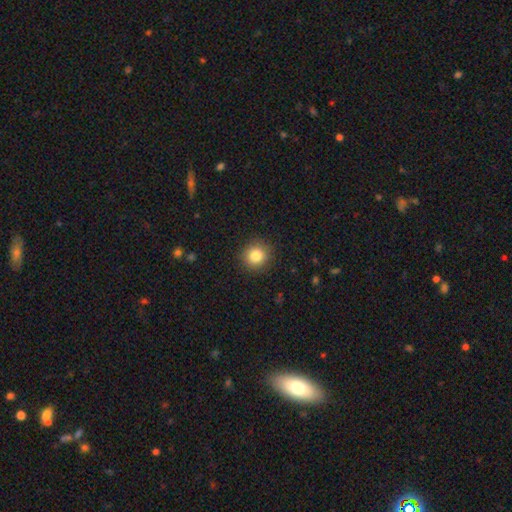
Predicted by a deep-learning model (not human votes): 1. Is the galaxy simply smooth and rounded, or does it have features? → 83% smooth, 11% star or artifact, 6% featured or disk.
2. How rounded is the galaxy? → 90% round, 9% in between, 1% cigar-shaped.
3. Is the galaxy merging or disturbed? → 91% none, 6% minor disturbance, 2% major disturbance, 1% merger.